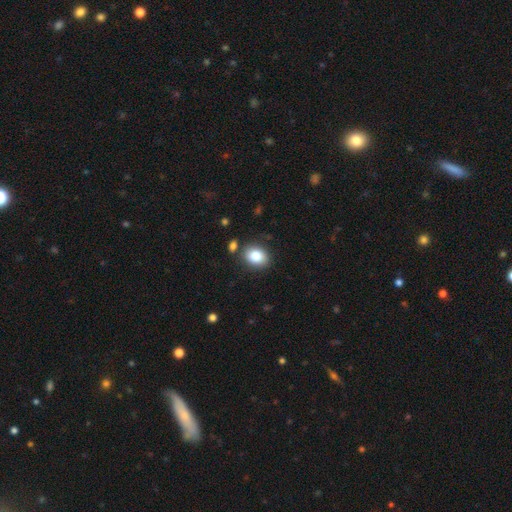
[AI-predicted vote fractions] Overall: smooth (83%). How rounded: in between (62%; round 37%). Merging: none (82%).